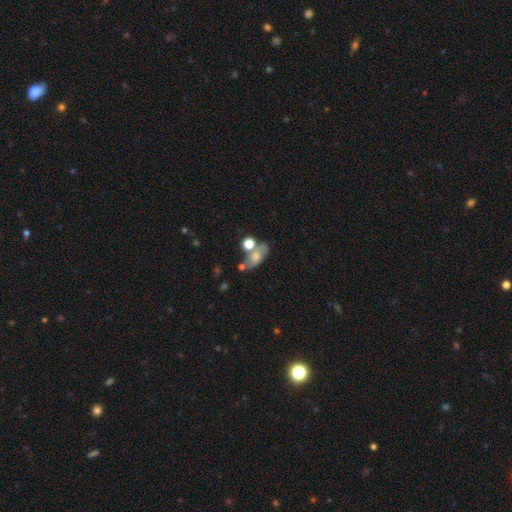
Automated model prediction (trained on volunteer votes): Morphology: type=smooth (54%); roundness=in between (77%); merging=none (42%).